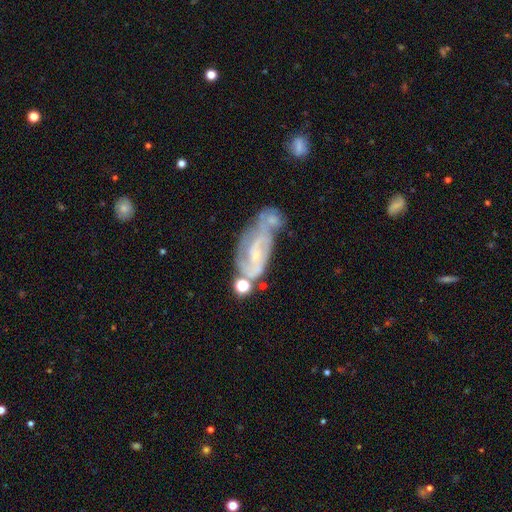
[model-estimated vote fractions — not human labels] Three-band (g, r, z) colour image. It shows a featured or disk galaxy (78%) with no bar (46%), 2 (53%) medium (43%) spiral arms (88%) and a small central bulge (69%). Merging: none (34%).